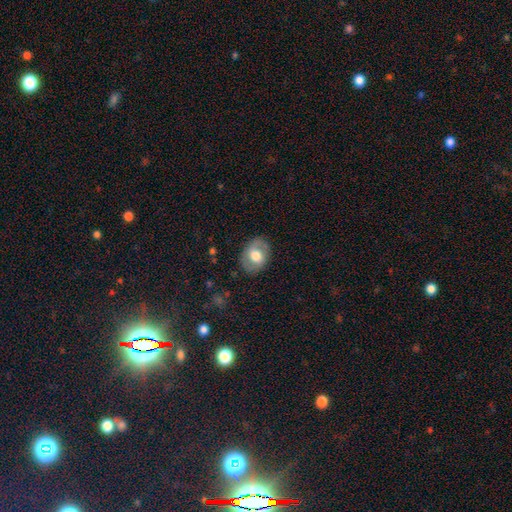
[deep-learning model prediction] Smooth or featured? smooth (55%)
How rounded? in between (68%)
Merging? none (82%)